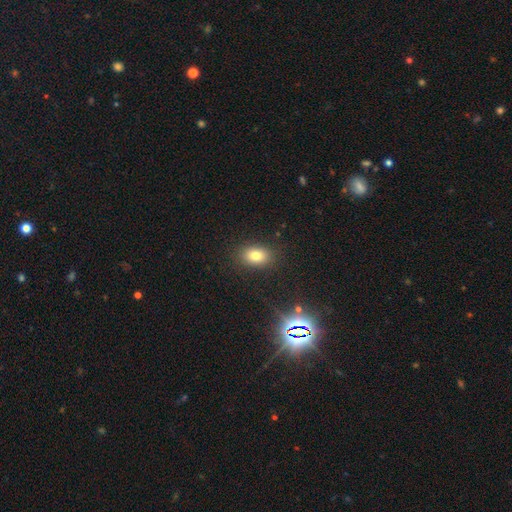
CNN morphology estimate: This is likely a smooth galaxy (77%). How rounded: likely in between (79%). Merging: clearly none (87%).